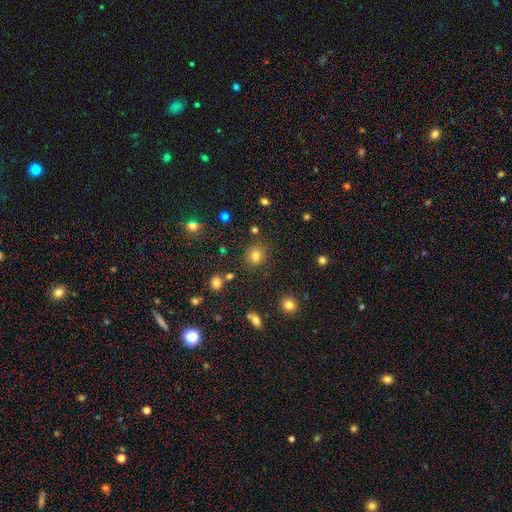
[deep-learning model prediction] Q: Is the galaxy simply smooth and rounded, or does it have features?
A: smooth — 77%.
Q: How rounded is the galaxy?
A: round — 68%.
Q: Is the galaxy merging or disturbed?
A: none — 79%.